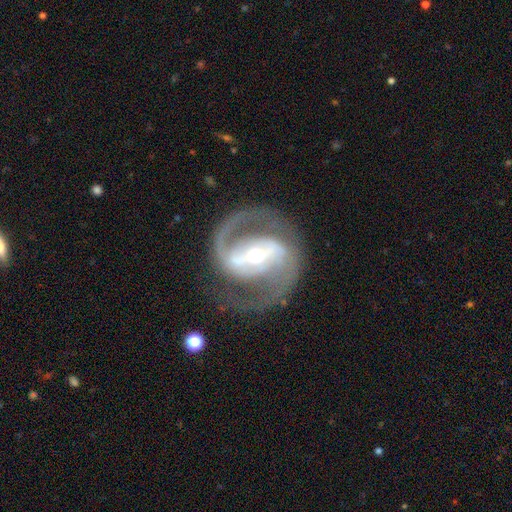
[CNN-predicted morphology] A featured or disk galaxy (92%) with a strong bar (57%), 2 (92%) medium (60%) spiral arms (97%) and a moderate central bulge (66%). Merging: none (77%).